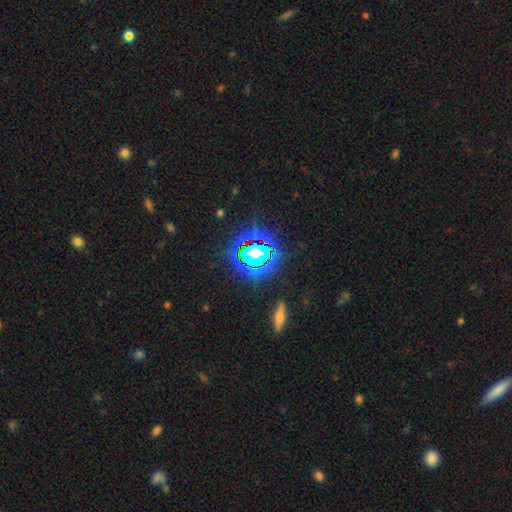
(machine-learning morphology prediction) Smooth or featured? star or artifact (78%)